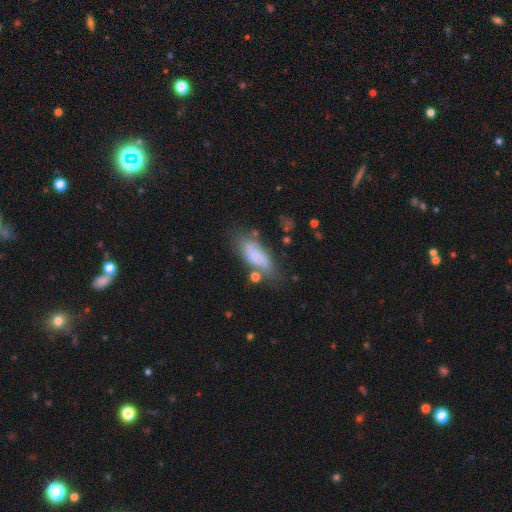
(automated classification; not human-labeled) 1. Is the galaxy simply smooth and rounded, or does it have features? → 77% smooth, 14% featured or disk, 8% star or artifact.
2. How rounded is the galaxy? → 70% in between, 27% cigar-shaped, 3% round.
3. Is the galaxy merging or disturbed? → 59% none, 23% minor disturbance, 10% major disturbance, 8% merger.